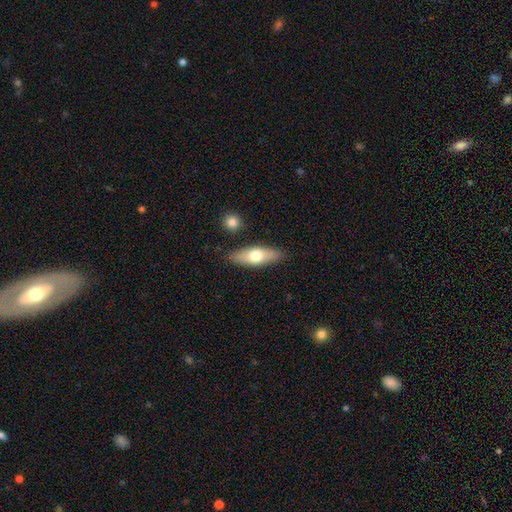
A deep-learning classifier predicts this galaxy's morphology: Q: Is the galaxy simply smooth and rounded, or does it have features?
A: smooth — 62%.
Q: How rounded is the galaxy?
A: in between — 60%.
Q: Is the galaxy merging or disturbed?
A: none — 85%.